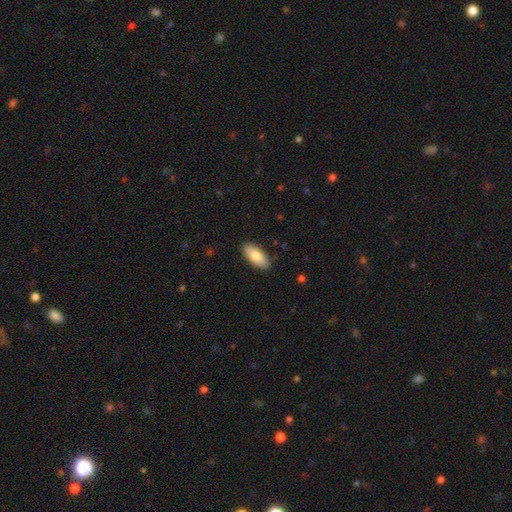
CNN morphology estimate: Smooth or featured? Predicted: smooth (p=0.82). How rounded? Predicted: in between (p=0.88). Merging? Predicted: none (p=0.89).